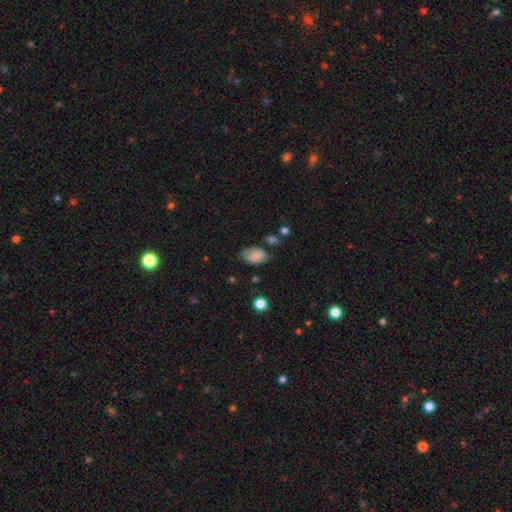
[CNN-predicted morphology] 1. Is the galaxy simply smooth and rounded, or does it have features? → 80% smooth, 12% featured or disk, 9% star or artifact.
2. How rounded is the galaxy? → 90% in between, 9% round, 1% cigar-shaped.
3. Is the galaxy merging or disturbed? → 62% none, 26% minor disturbance, 7% major disturbance, 4% merger.